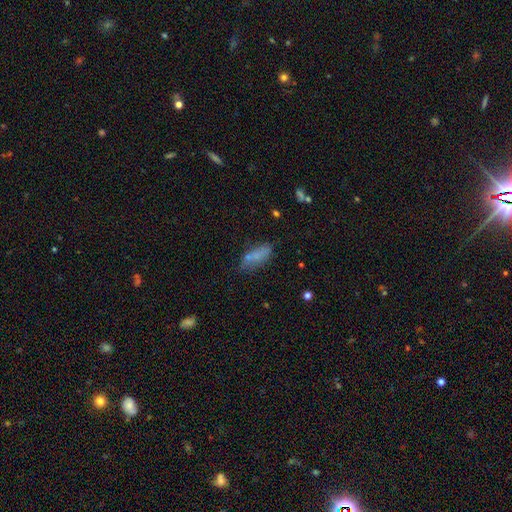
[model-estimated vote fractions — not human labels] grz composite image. It shows a smooth galaxy with no disk features (70%) that is in between round and cigar-shaped (70%). Merging: none (54%).